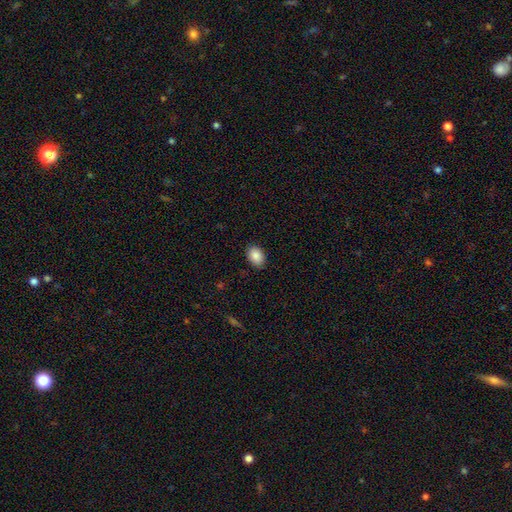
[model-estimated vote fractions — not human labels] The model was most divided on "how rounded": in between: 79%, round: 20%, cigar-shaped: 1%. More confident: merging — none (89%); smooth or featured — smooth (88%).